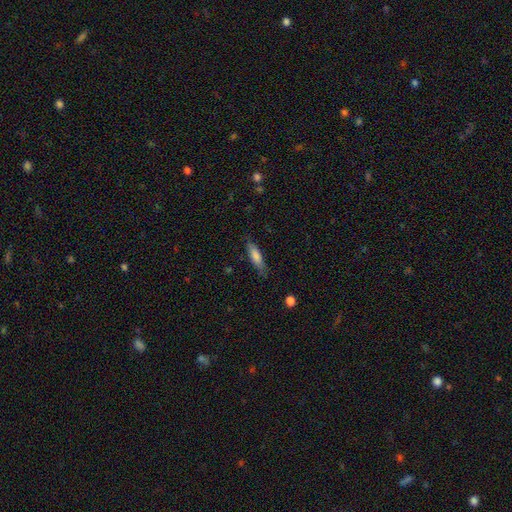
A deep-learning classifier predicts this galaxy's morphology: Smooth or featured: smooth — 76% (featured or disk — 18%)
How rounded: cigar-shaped — 68% (in between — 30%)
Merging: none — 79% (minor disturbance — 17%)